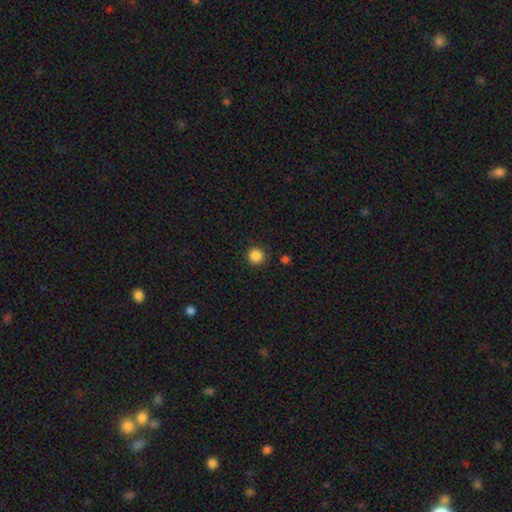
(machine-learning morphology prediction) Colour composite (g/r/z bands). It shows a smooth galaxy with no disk features (86%) that is round (95%). Merging: none (90%).